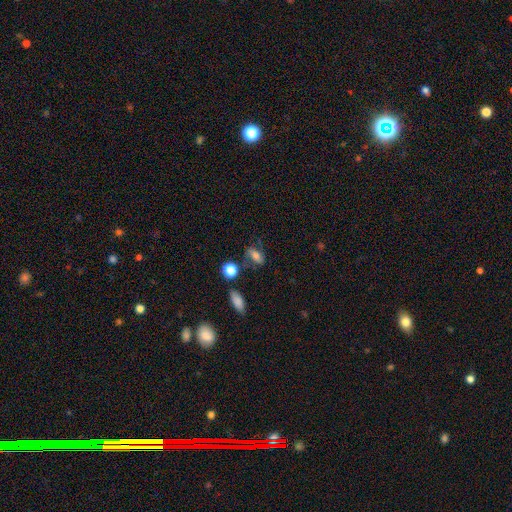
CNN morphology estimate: Smooth or featured? smooth (66%)
How rounded? in between (77%)
Merging? none (60%)